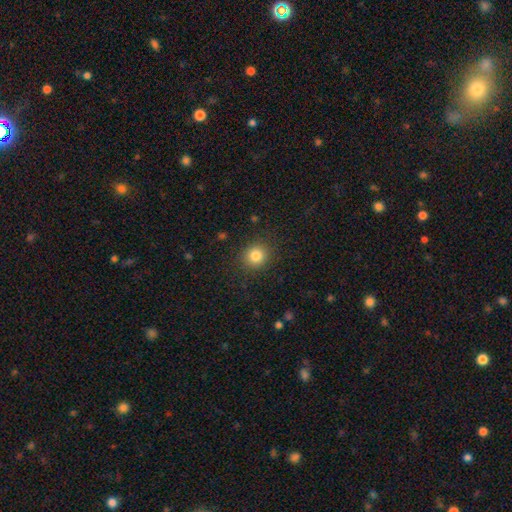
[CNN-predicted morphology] The model was most divided on "smooth or featured": smooth: 83%, star or artifact: 11%, featured or disk: 6%. More confident: merging — none (89%); how rounded — round (85%).